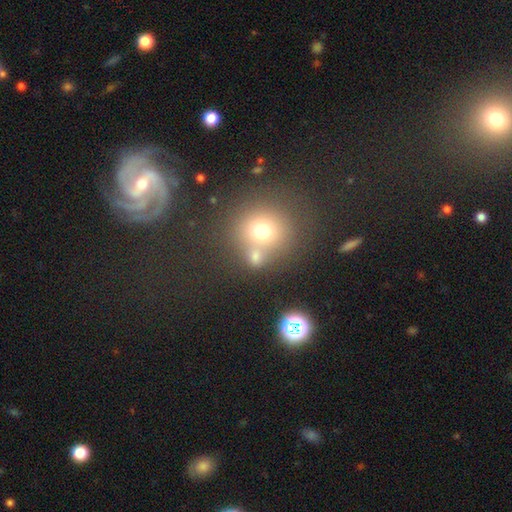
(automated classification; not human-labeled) smooth_or_featured: smooth (p=0.68) [alt: star or artifact p=0.21]
how_rounded: round (p=0.78) [alt: in between p=0.20]
merging: none (p=0.54) [alt: merger p=0.31]